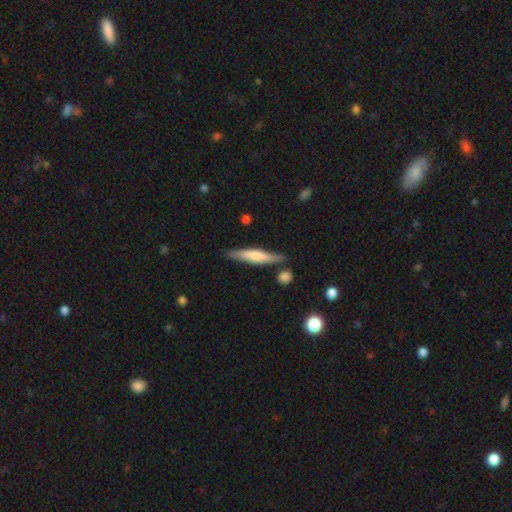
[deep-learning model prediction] smooth-or-featured: smooth: 53% | featured or disk: 42% | star or artifact: 5%
  how-rounded: cigar-shaped: 89% | in between: 10% | round: 2%
  merging: none: 81% | minor disturbance: 12% | merger: 5% | major disturbance: 3%